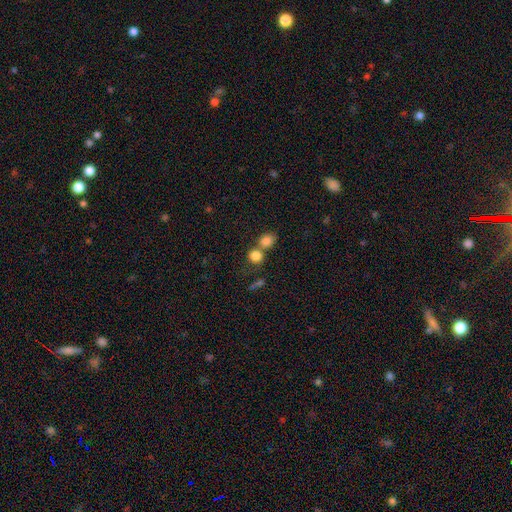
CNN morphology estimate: smooth_or_featured: smooth (p=0.82) [alt: star or artifact p=0.11]
how_rounded: round (p=0.77) [alt: in between p=0.22]
merging: merger (p=0.48) [alt: none p=0.41]